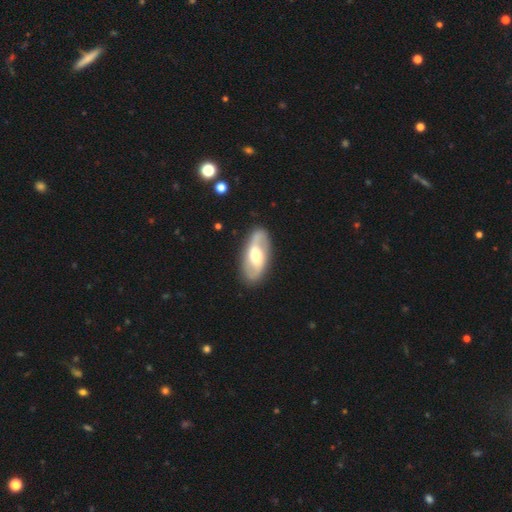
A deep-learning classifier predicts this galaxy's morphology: smooth_or_featured: featured or disk (p=0.69) [alt: smooth p=0.26]
disk_edge_on: no (p=0.92) [alt: yes p=0.08]
bar: weak (p=0.45) [alt: no p=0.30]
has_spiral_arms: yes (p=0.83) [alt: no p=0.17]
spiral_winding: loose (p=0.43) [alt: medium p=0.39]
spiral_arm_count: 2 (p=0.89) [alt: can't tell p=0.06]
bulge_size: moderate (p=0.62) [alt: large p=0.20]
merging: none (p=0.86) [alt: minor disturbance p=0.10]